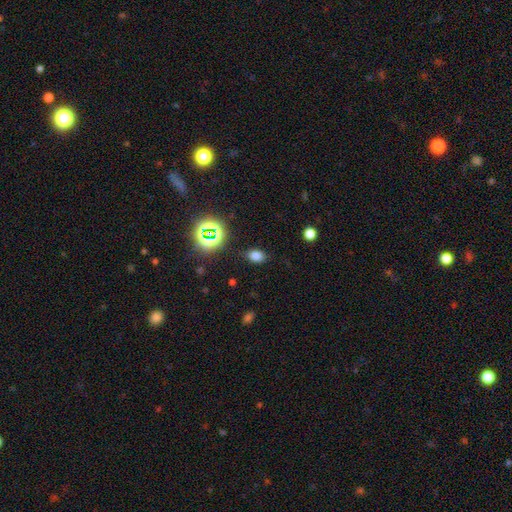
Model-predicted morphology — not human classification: type=smooth (72%); roundness=in between (79%); merging=none (83%).